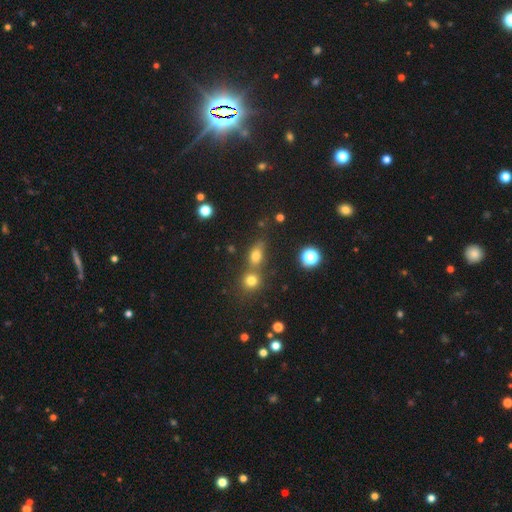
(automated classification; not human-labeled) This is likely a smooth galaxy (72%). How rounded: likely in between (66%). Merging: possibly none (50%).